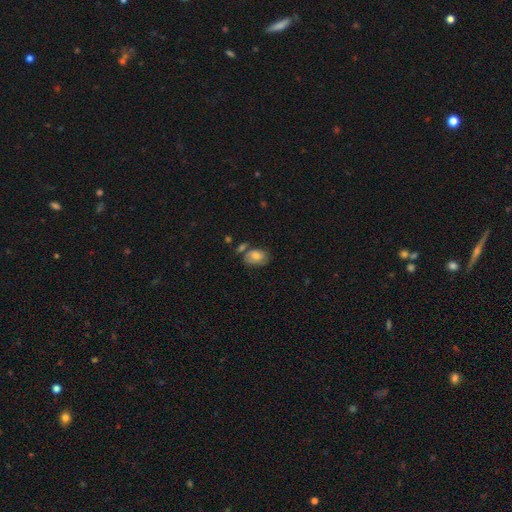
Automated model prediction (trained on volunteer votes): A smooth galaxy with no disk features (64%) that is in between round and cigar-shaped (81%).

Vote fractions:
- Smooth or featured? smooth: 64% / featured or disk: 27% / star or artifact: 9%
- How rounded? in between: 81% / round: 18% / cigar-shaped: 1%
- Merging? none: 56% / minor disturbance: 22% / merger: 14% / major disturbance: 8%